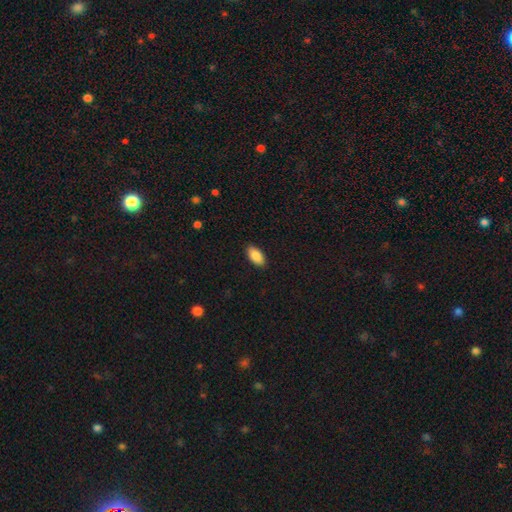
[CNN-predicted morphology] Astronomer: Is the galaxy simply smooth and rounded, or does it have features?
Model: smooth — 89%.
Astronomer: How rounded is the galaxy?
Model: in between — 94%.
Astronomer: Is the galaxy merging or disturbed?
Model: none — 89%.